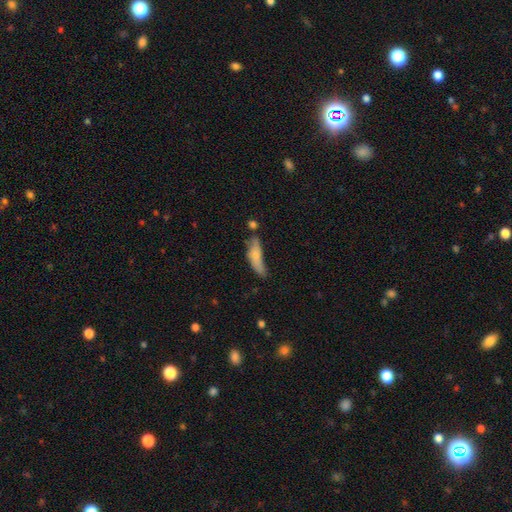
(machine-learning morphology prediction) Smooth or featured? smooth (70%)
How rounded? cigar-shaped (56%)
Merging? none (38%)